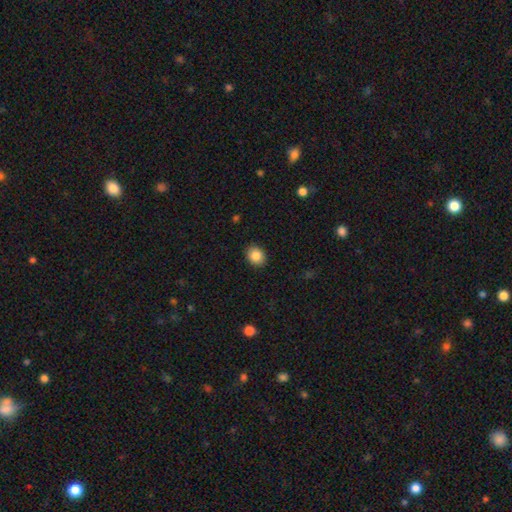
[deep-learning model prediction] This is clearly a smooth galaxy (85%). How rounded: possibly round (54%). Merging: clearly none (89%).